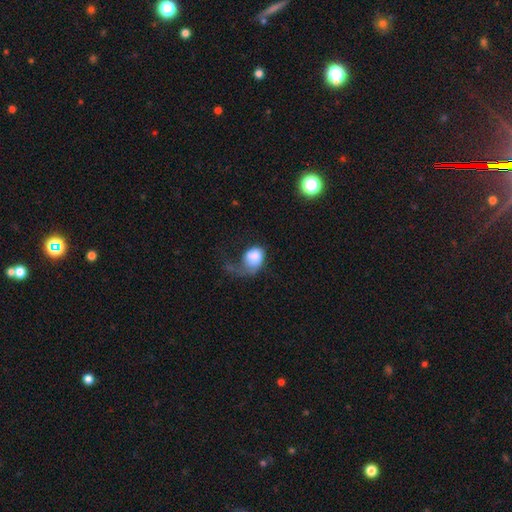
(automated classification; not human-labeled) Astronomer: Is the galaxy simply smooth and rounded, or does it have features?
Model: smooth — 72%.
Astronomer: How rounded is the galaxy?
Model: in between — 58% (runner-up: round, 41%).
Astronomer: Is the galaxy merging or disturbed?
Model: major disturbance — 61%.